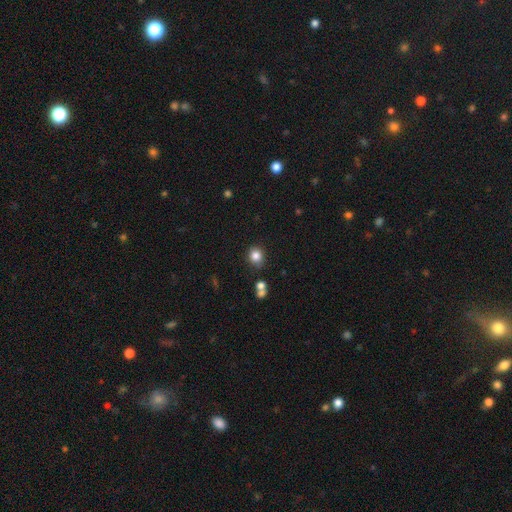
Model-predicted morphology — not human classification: A smooth galaxy with no disk features (83%) that is round (80%).

Vote fractions:
- Smooth or featured? smooth: 83% / star or artifact: 11% / featured or disk: 6%
- How rounded? round: 80% / in between: 19% / cigar-shaped: 1%
- Merging? none: 82% / minor disturbance: 10% / merger: 5% / major disturbance: 3%